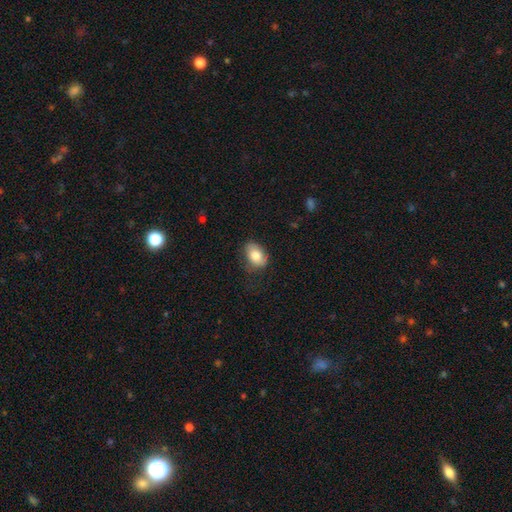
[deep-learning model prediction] Smooth or featured?
  - smooth: 80% *
  - featured or disk: 12%
  - star or artifact: 8%
How rounded?
  - in between: 80% *
  - round: 19%
  - cigar-shaped: 1%
Merging?
  - none: 66% *
  - minor disturbance: 25%
  - major disturbance: 7%
  - merger: 1%